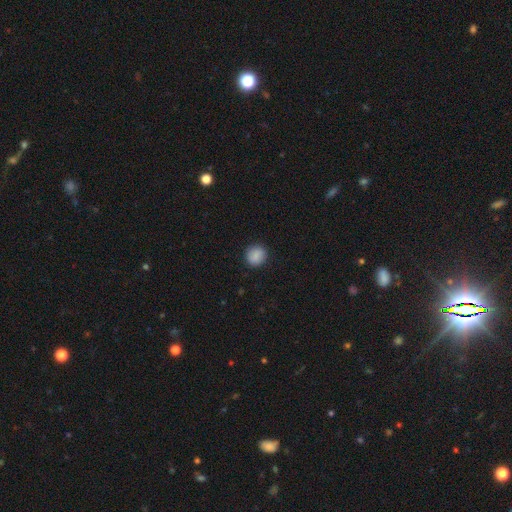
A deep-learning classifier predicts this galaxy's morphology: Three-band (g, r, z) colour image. It shows a smooth galaxy with no disk features (85%) that is round (89%). Merging: none (89%).